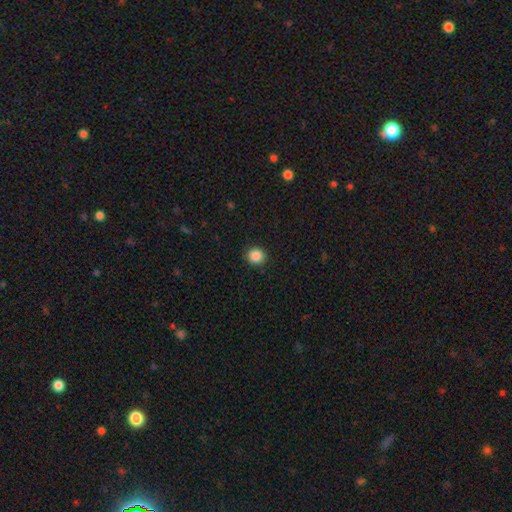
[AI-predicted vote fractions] The model was most divided on "smooth or featured": smooth: 87%, star or artifact: 10%, featured or disk: 3%. More confident: merging — none (91%); how rounded — round (88%).